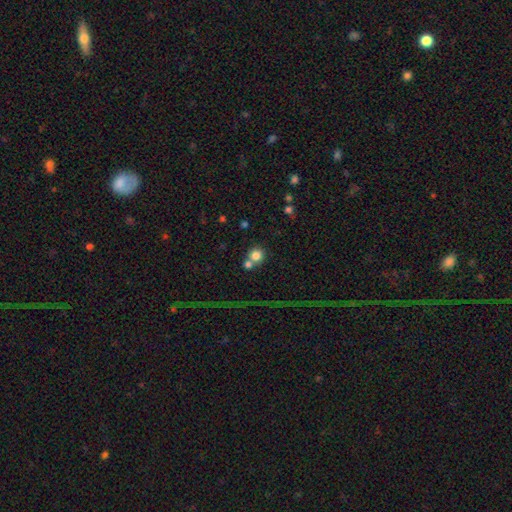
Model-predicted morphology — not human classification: Q: Smooth or featured?
A: smooth (79%); runner-up: star or artifact (12%)
Q: How rounded?
A: round (91%); runner-up: in between (8%)
Q: Merging?
A: none (57%); runner-up: merger (32%)